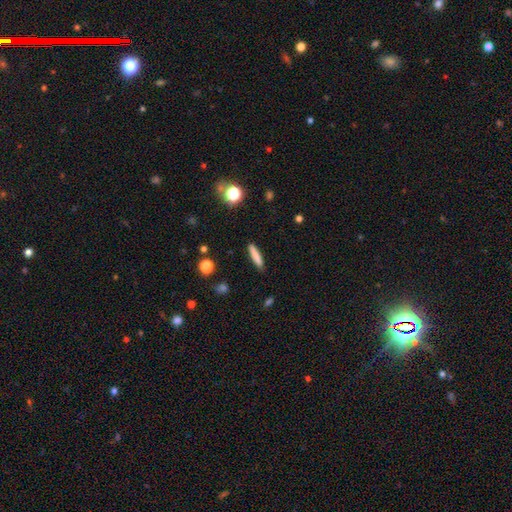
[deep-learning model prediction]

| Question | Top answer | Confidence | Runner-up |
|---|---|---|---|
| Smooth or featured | smooth | 79% | featured or disk (13%) |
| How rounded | cigar-shaped | 89% | in between (9%) |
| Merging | none | 89% | minor disturbance (8%) |